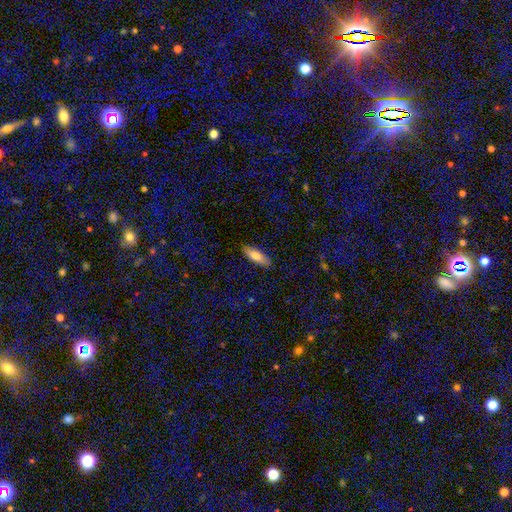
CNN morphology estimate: The model was most divided on "how rounded": in between: 60%, cigar-shaped: 38%, round: 2%. More confident: merging — none (87%); smooth or featured — smooth (76%).